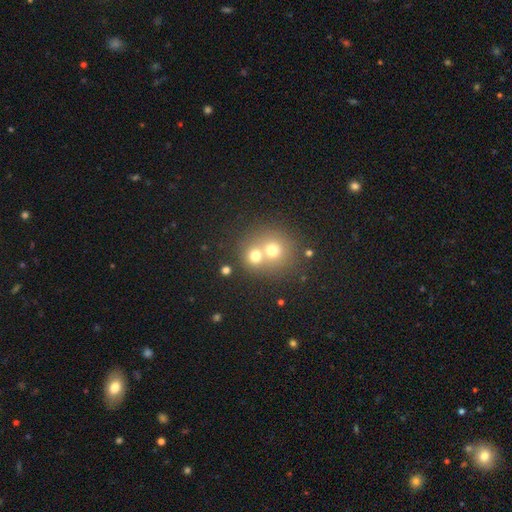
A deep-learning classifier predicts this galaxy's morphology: The model was most divided on "merging": merger: 56%, none: 36%, minor disturbance: 5%, major disturbance: 3%. More confident: how rounded — round (83%); smooth or featured — smooth (68%).